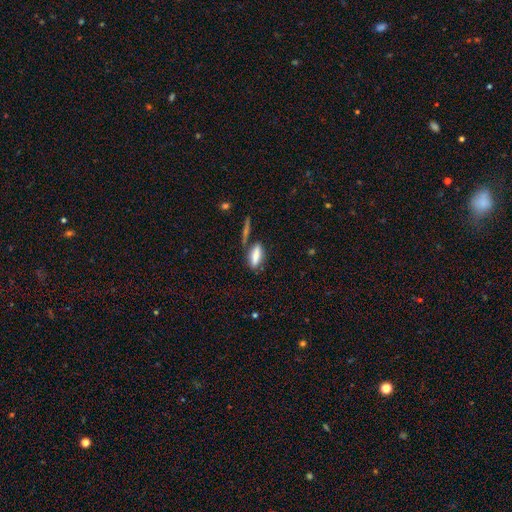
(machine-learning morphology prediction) A smooth galaxy with no disk features (78%) that is in between round and cigar-shaped (58%).

Vote fractions:
- Smooth or featured? smooth: 78% / featured or disk: 14% / star or artifact: 8%
- How rounded? in between: 58% / cigar-shaped: 39% / round: 3%
- Merging? none: 62% / minor disturbance: 17% / merger: 15% / major disturbance: 6%